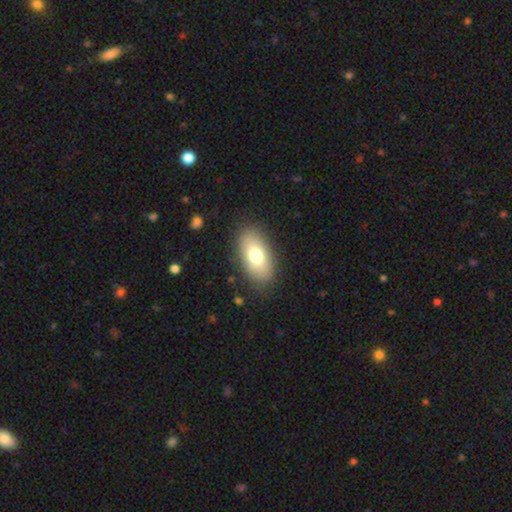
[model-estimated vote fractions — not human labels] smooth-or-featured: smooth: 74% | featured or disk: 19% | star or artifact: 8%
  how-rounded: in between: 91% | round: 5% | cigar-shaped: 4%
  merging: none: 85% | minor disturbance: 10% | major disturbance: 4% | merger: 1%